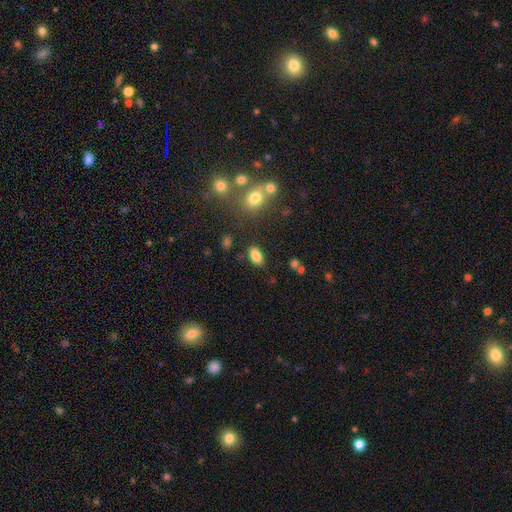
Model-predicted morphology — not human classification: A smooth galaxy with no disk features (84%) that is in between round and cigar-shaped (90%).

Vote fractions:
- Smooth or featured? smooth: 84% / star or artifact: 10% / featured or disk: 6%
- How rounded? in between: 90% / round: 7% / cigar-shaped: 3%
- Merging? none: 78% / minor disturbance: 14% / merger: 4% / major disturbance: 4%